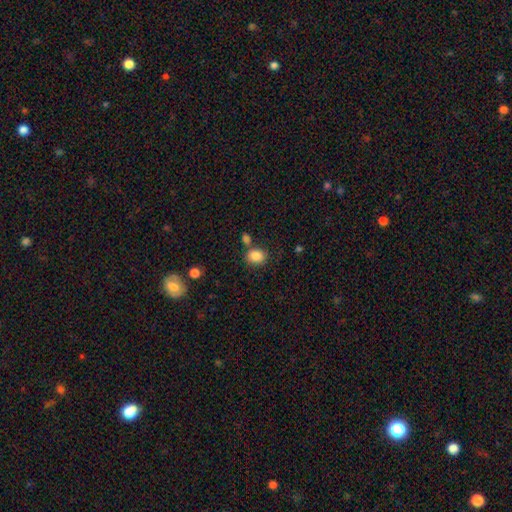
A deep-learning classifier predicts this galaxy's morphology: Smooth or featured: smooth — 86% (star or artifact — 10%)
How rounded: round — 52% (in between — 48%)
Merging: none — 66% (merger — 16%)